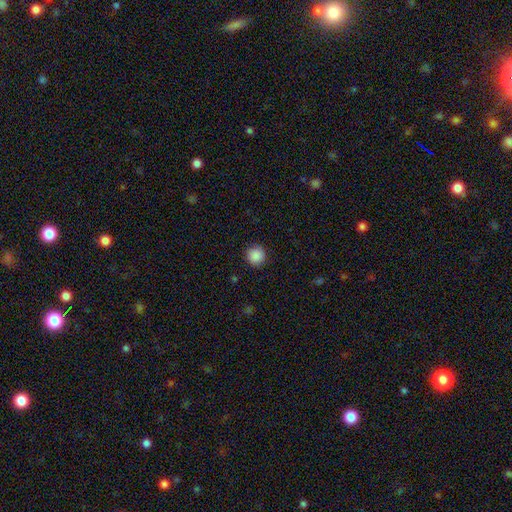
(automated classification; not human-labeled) Smooth or featured: smooth — 88% (star or artifact — 9%)
How rounded: round — 95% (in between — 4%)
Merging: none — 91% (minor disturbance — 6%)